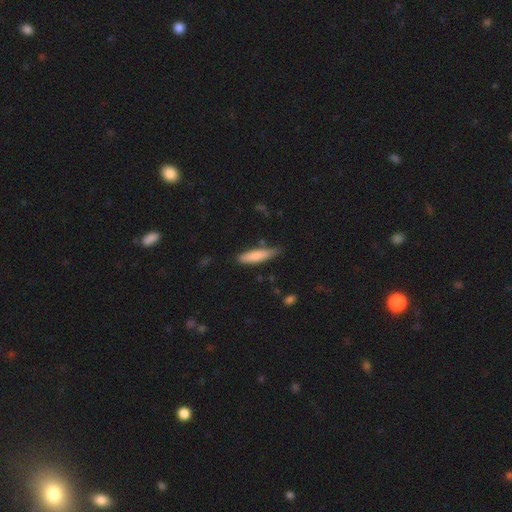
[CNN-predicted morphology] The model was most divided on "how rounded": cigar-shaped: 77%, in between: 22%, round: 1%. More confident: smooth or featured — smooth (80%); merging — none (75%).